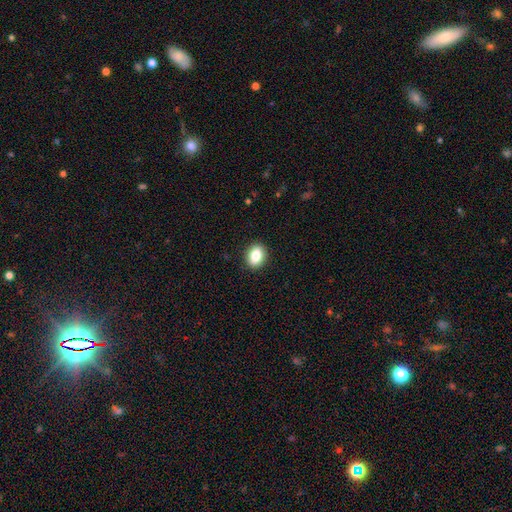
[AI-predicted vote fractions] smooth 84%, star or artifact 9%, featured or disk 7%. Down the decision tree: how rounded — in between (66%); merging — none (91%).